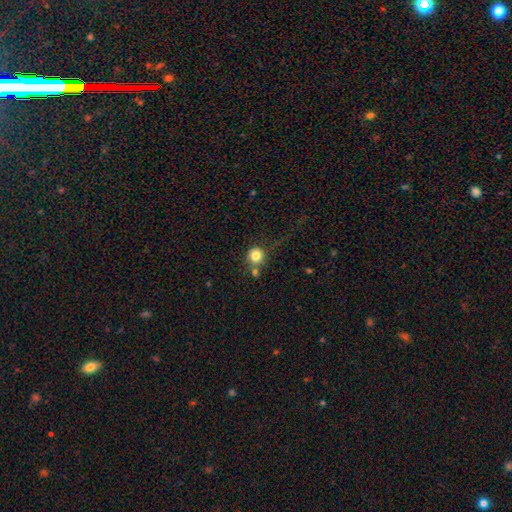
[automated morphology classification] smooth 82%, star or artifact 11%, featured or disk 8%. Down the decision tree: how rounded — round (92%); merging — none (59%).